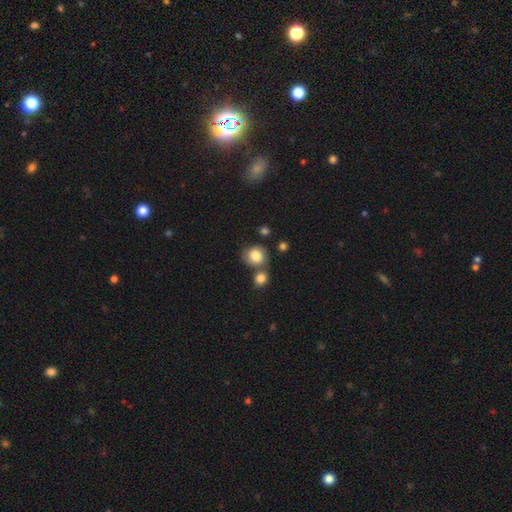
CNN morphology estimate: Smooth or featured: smooth — 81% (featured or disk — 10%)
How rounded: round — 79% (in between — 20%)
Merging: none — 53% (merger — 29%)